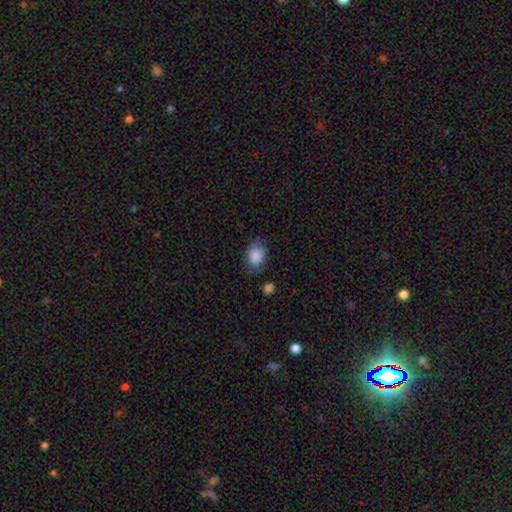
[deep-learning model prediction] Smooth or featured? smooth (87%)
How rounded? in between (73%)
Merging? none (73%)